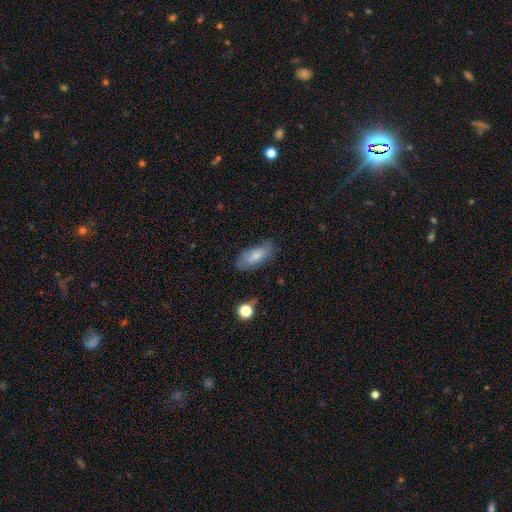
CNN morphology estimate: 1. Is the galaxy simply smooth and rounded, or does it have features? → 74% smooth, 19% featured or disk, 7% star or artifact.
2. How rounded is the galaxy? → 81% in between, 16% cigar-shaped, 2% round.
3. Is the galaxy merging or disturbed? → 72% none, 21% minor disturbance, 5% major disturbance, 2% merger.